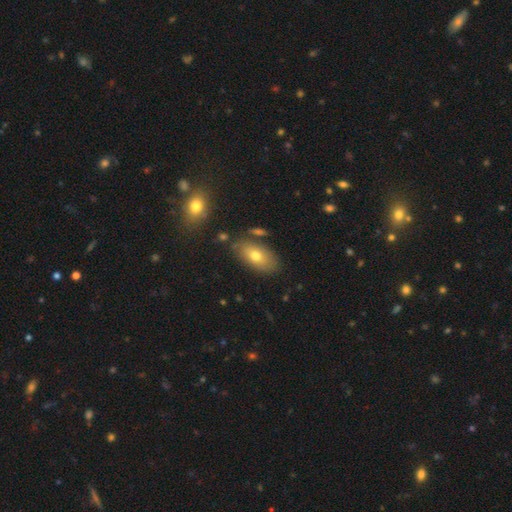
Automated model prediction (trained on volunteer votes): A smooth galaxy with no disk features (68%) that is in between round and cigar-shaped (90%).

Vote fractions:
- Smooth or featured? smooth: 68% / featured or disk: 23% / star or artifact: 9%
- How rounded? in between: 90% / round: 6% / cigar-shaped: 4%
- Merging? none: 76% / minor disturbance: 15% / merger: 6% / major disturbance: 4%